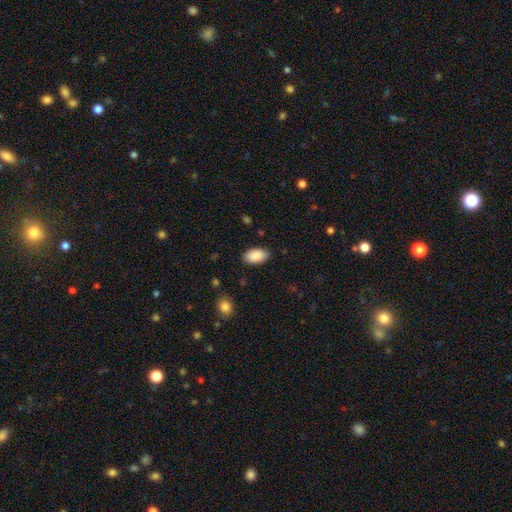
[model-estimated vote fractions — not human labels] Overall: smooth (90%). How rounded: in between (95%). Merging: none (87%).